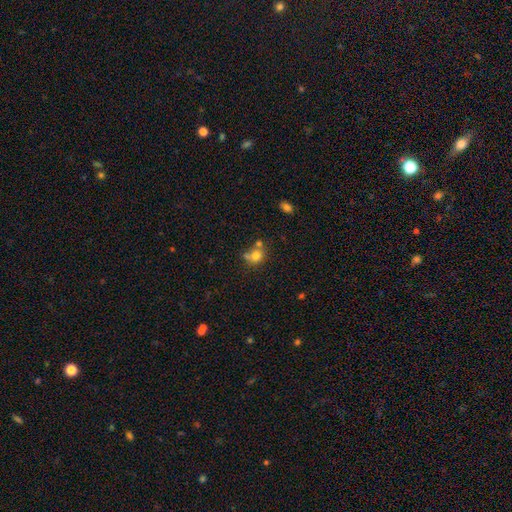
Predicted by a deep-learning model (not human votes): Morphology: type=smooth (75%); roundness=round (74%); merging=none (44%).